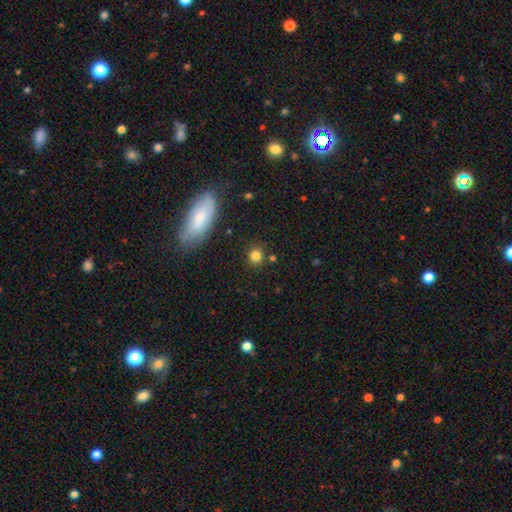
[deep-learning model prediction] A smooth galaxy with no disk features (81%) that is round (84%).

Vote fractions:
- Smooth or featured? smooth: 81% / star or artifact: 13% / featured or disk: 6%
- How rounded? round: 84% / in between: 15% / cigar-shaped: 1%
- Merging? none: 84% / minor disturbance: 9% / merger: 5% / major disturbance: 3%